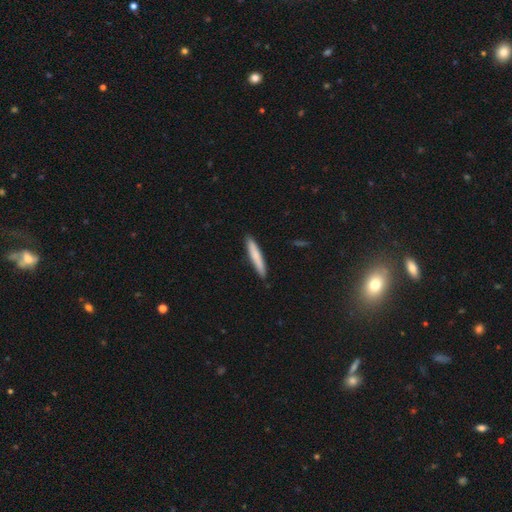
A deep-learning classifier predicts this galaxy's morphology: Smooth or featured? Predicted: smooth (p=0.76). How rounded? Predicted: cigar-shaped (p=0.94). Merging? Predicted: none (p=0.90).